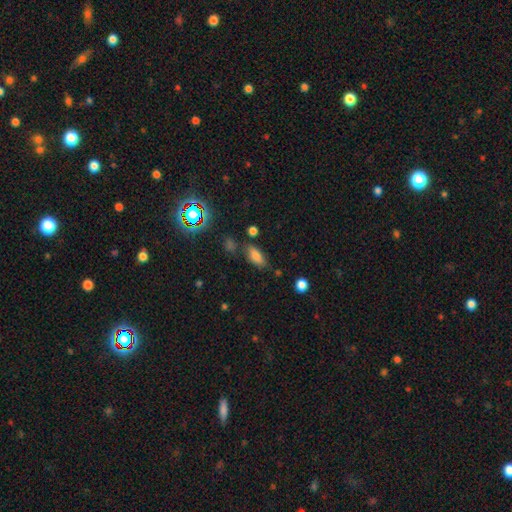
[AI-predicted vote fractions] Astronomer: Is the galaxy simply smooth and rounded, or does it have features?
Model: smooth — 75%.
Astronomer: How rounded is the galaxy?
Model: in between — 80%.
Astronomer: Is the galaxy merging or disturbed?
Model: none — 70%.